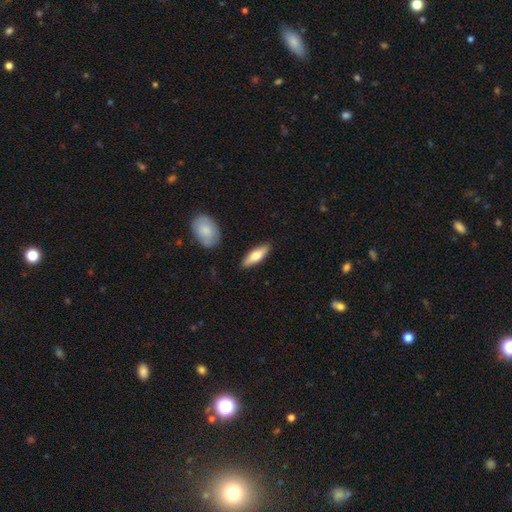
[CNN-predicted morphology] Smooth or featured: smooth — 62% (featured or disk — 33%)
How rounded: in between — 49% (cigar-shaped — 48%)
Merging: none — 87% (minor disturbance — 9%)